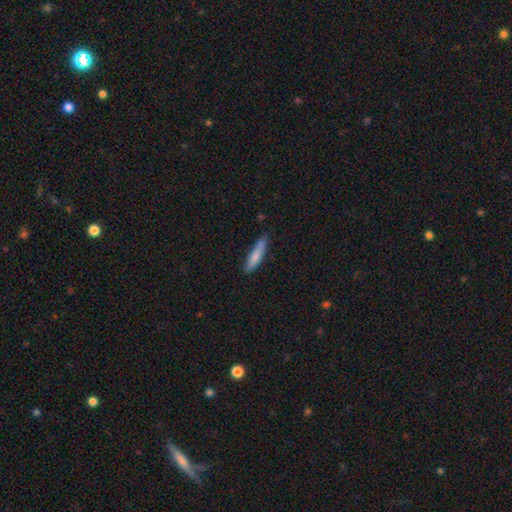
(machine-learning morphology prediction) A smooth galaxy with no disk features (78%) that is cigar-shaped (82%). Merging: none (73%).